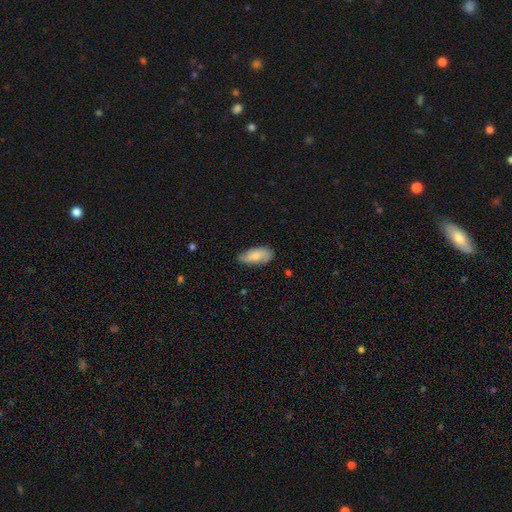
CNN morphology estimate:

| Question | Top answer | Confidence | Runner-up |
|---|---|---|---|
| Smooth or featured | smooth | 79% | featured or disk (15%) |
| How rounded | in between | 87% | cigar-shaped (11%) |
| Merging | none | 75% | minor disturbance (20%) |